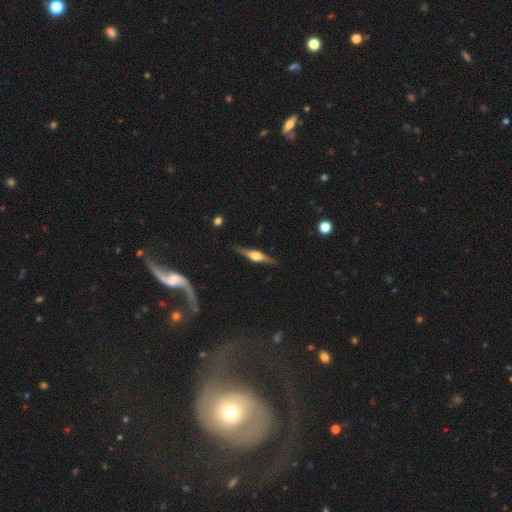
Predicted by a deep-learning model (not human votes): Smooth or featured? featured or disk (76%)
Edge-on disk? yes (96%)
Edge-on bulge? rounded (92%)
Merging? none (86%)